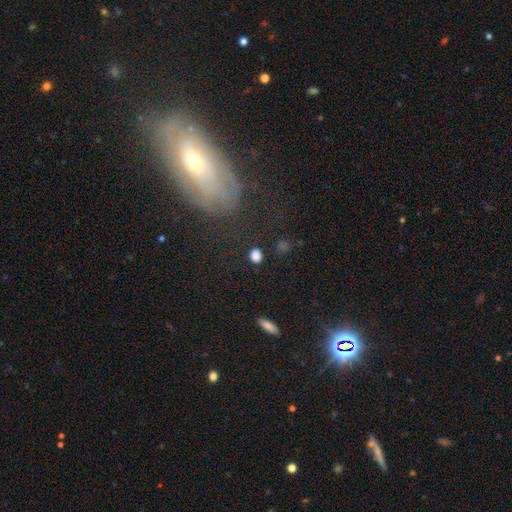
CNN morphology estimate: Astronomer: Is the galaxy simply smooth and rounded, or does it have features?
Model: smooth — 84%.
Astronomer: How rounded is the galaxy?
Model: round — 63%.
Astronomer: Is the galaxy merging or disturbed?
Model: none — 86%.